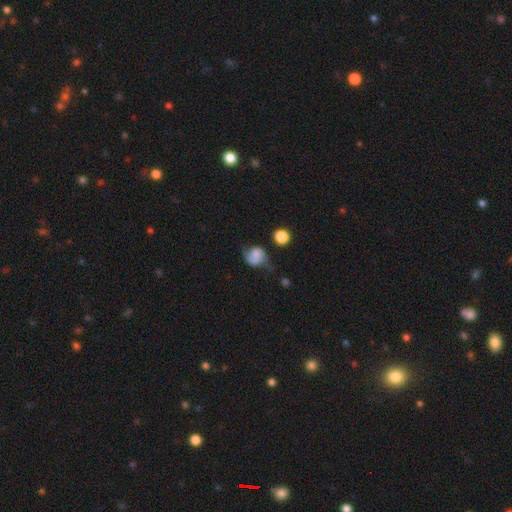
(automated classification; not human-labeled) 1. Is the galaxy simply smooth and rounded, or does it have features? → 49% featured or disk, 41% smooth, 10% star or artifact.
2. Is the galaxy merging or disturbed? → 47% none, 29% minor disturbance, 19% major disturbance, 5% merger.